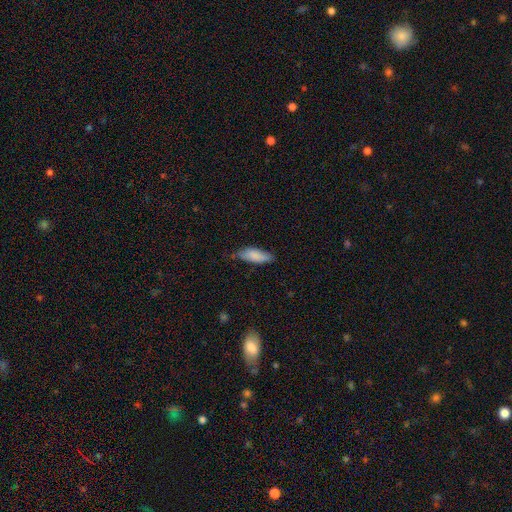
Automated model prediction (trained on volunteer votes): Morphology: type=smooth (84%); roundness=in between (64%); merging=none (66%).